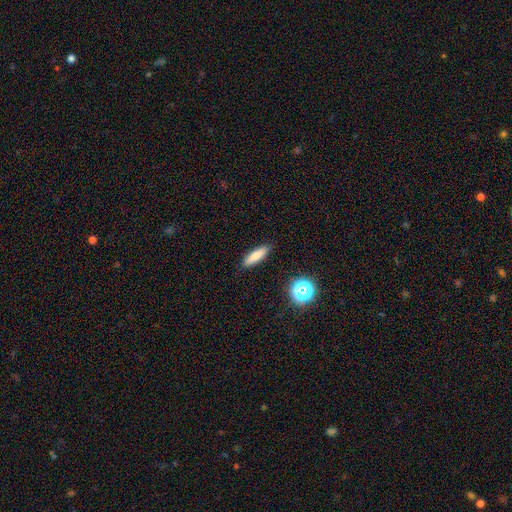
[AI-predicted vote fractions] smooth-or-featured: smooth: 78% | featured or disk: 12% | star or artifact: 10%
  how-rounded: cigar-shaped: 68% | in between: 29% | round: 3%
  merging: none: 89% | minor disturbance: 8% | major disturbance: 2% | merger: 1%